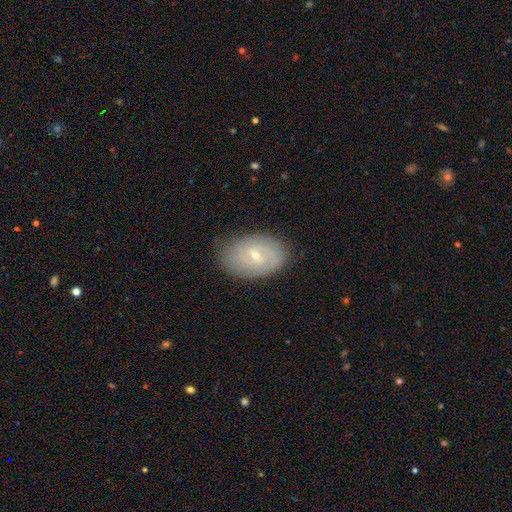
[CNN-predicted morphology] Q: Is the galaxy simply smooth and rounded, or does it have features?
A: featured or disk — 61%.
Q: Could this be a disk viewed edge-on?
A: no — 94%.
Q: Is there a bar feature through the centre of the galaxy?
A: weak — 54%.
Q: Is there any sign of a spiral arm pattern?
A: yes — 70%.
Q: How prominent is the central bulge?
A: small — 68%.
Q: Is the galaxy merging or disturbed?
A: none — 79%.